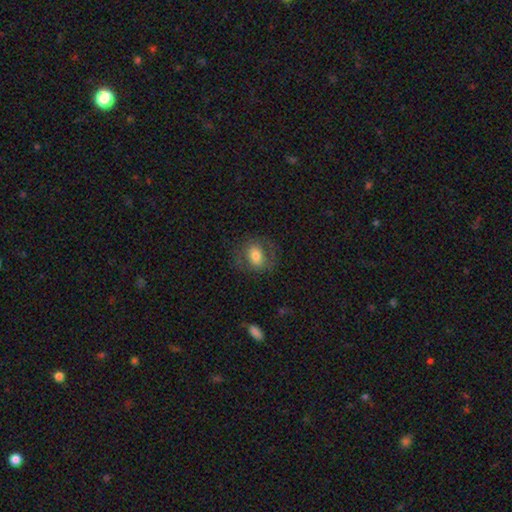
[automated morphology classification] Q: Smooth or featured?
A: smooth (66%); runner-up: featured or disk (26%)
Q: How rounded?
A: in between (62%); runner-up: round (37%)
Q: Merging?
A: none (69%); runner-up: minor disturbance (17%)